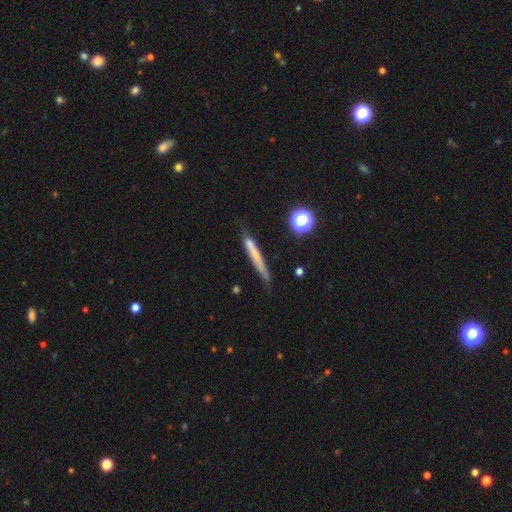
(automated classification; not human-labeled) Smooth or featured?
  - smooth: 58% *
  - featured or disk: 33%
  - star or artifact: 9%
How rounded?
  - cigar-shaped: 94% *
  - in between: 4%
  - round: 2%
Merging?
  - none: 64% *
  - minor disturbance: 24%
  - major disturbance: 7%
  - merger: 5%